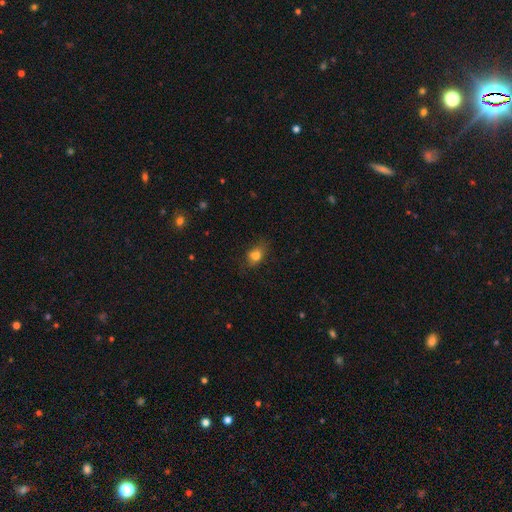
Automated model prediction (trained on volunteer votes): Smooth or featured? smooth (78%)
How rounded? in between (69%)
Merging? none (65%)